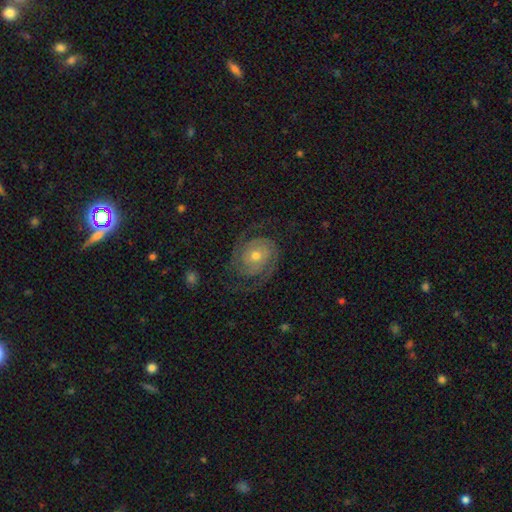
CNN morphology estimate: A featured or disk galaxy (86%) with no bar (76%), 2 (86%) tight (50%) spiral arms (97%) and a moderate central bulge (51%). Merging: none (75%).